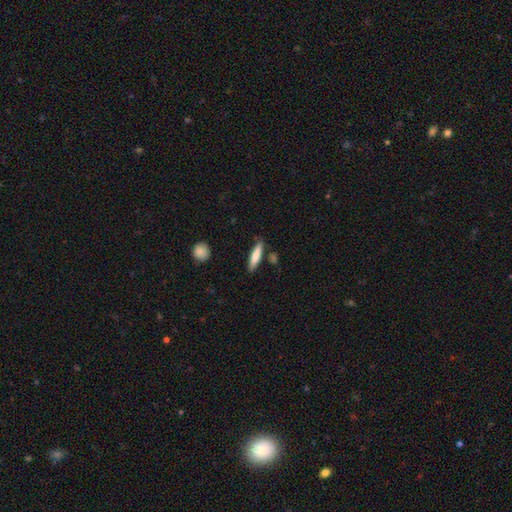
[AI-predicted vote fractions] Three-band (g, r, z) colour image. It shows a smooth galaxy with no disk features (77%) that is cigar-shaped (82%). Merging: none (82%).